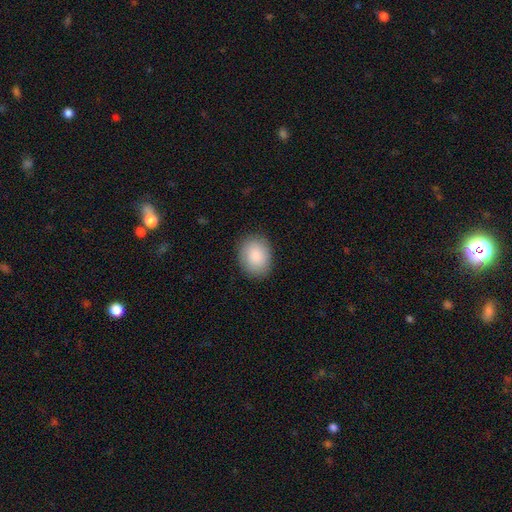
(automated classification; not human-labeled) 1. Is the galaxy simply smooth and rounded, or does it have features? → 87% smooth, 6% featured or disk, 6% star or artifact.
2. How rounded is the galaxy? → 57% in between, 42% round, 1% cigar-shaped.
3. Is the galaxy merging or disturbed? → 87% none, 10% minor disturbance, 3% major disturbance, 1% merger.